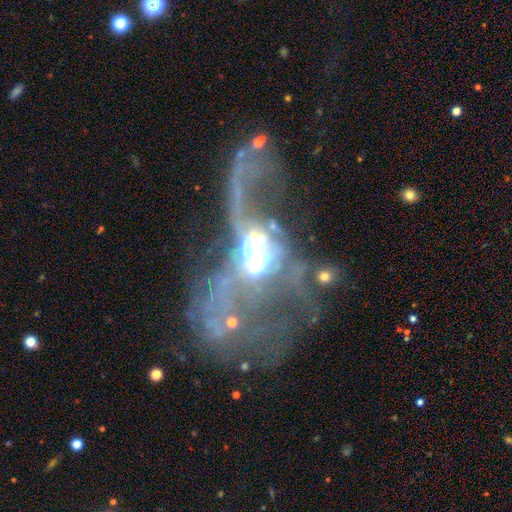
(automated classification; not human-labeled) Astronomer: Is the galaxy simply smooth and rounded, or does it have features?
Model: featured or disk — 69%.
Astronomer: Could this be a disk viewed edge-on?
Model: no — 93%.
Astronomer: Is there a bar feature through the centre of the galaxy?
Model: no — 72%.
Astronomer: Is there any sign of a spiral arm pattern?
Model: no — 64%.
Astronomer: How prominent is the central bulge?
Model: moderate — 48%.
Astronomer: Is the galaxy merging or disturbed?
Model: merger — 48% (runner-up: major disturbance, 39%).